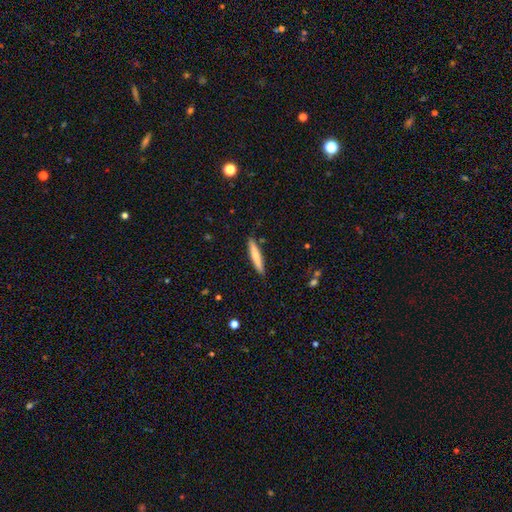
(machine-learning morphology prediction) Smooth or featured? smooth (65%)
How rounded? cigar-shaped (92%)
Merging? none (88%)